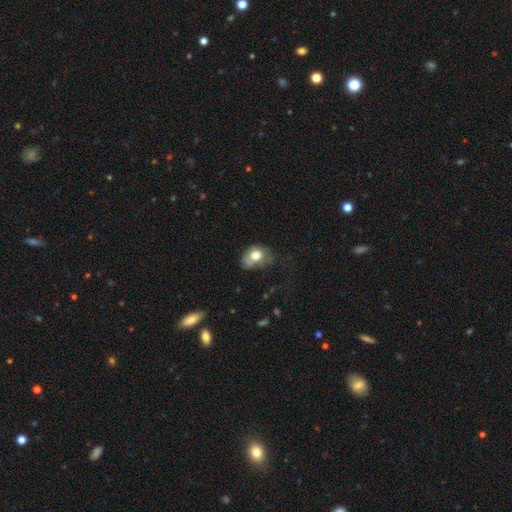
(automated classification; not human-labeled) Smooth or featured: smooth — 71% (featured or disk — 19%)
How rounded: in between — 63% (round — 36%)
Merging: none — 37% (minor disturbance — 36%)